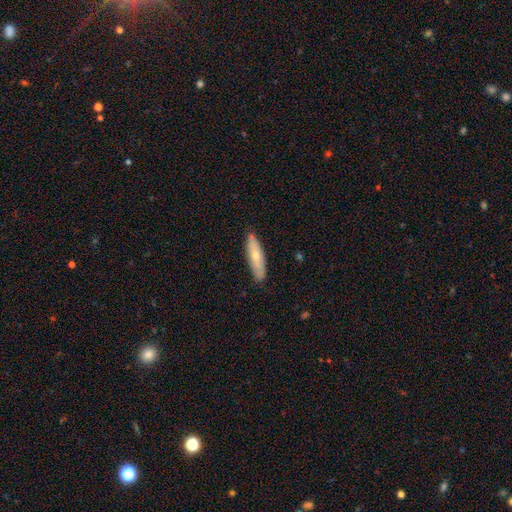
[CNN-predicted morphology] Smooth or featured? smooth (57%)
How rounded? cigar-shaped (62%)
Merging? none (83%)